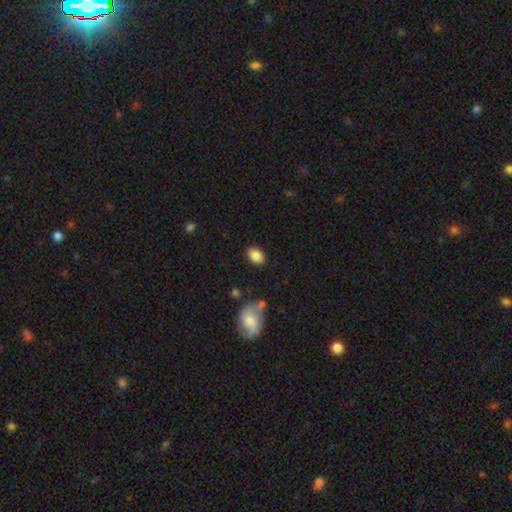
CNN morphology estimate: This appears to be a smooth galaxy with no disk features (86%) that is in between round and cigar-shaped (81%). Merging: none (85%).